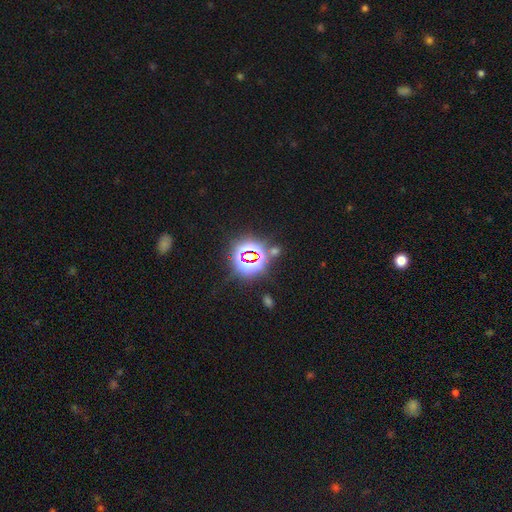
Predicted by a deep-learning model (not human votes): Q: Smooth or featured?
A: star or artifact (76%); runner-up: smooth (16%)